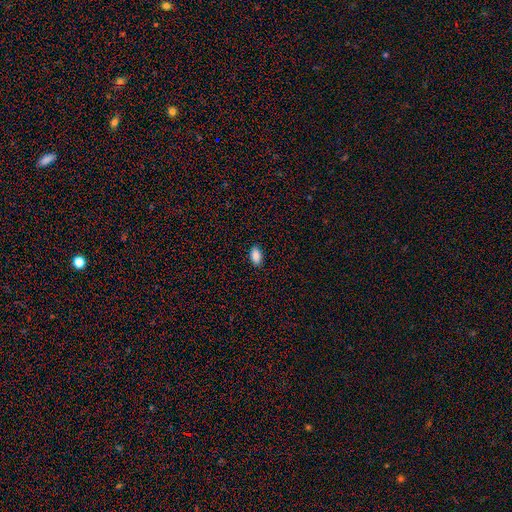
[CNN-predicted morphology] This is clearly a smooth galaxy (88%). How rounded: clearly in between (92%). Merging: clearly none (87%).